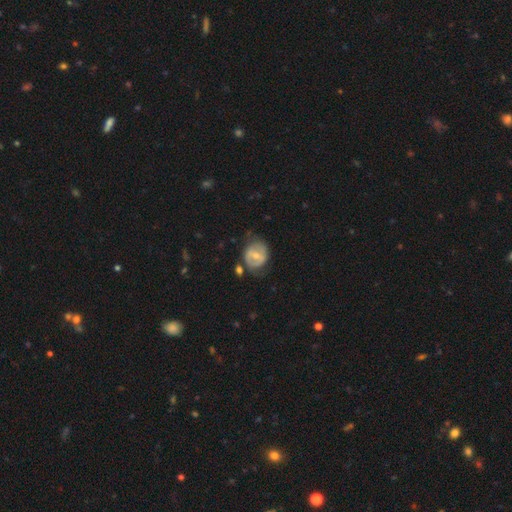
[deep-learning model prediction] Morphology: type=featured or disk (51%); edge-on=no (95%); merging=none (58%).